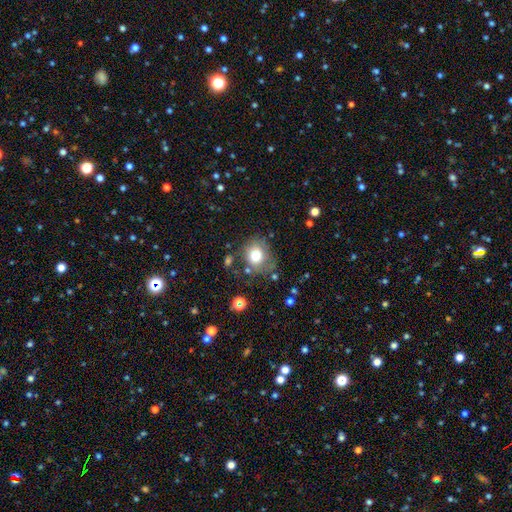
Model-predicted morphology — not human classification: This is likely a smooth galaxy (74%). How rounded: likely round (75%). Merging: likely none (64%).